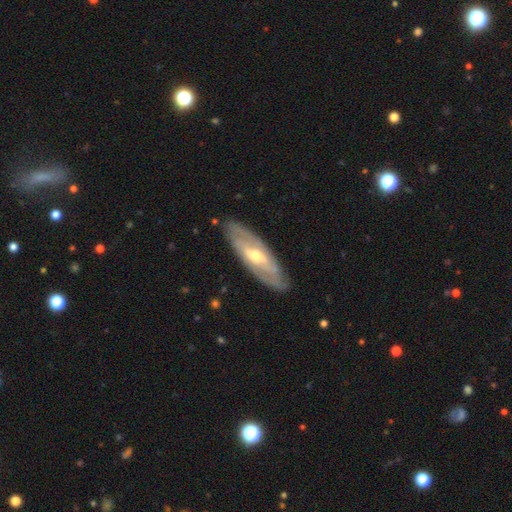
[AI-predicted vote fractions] Smooth or featured? featured or disk (77%)
Edge-on disk? no (80%)
Bar? weak (42%)
Spiral arms? yes (80%)
Bulge size? moderate (56%)
Merging? none (84%)